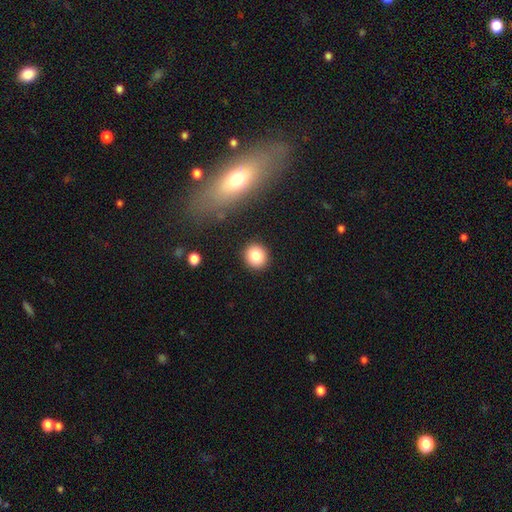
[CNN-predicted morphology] type=smooth (83%); roundness=round (86%); merging=none (91%).